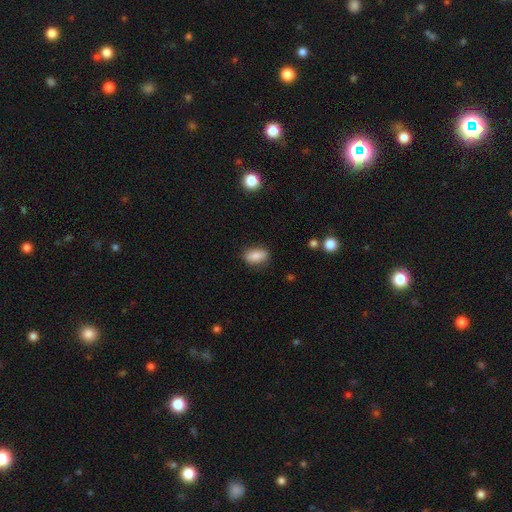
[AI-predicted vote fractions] Smooth or featured?
  - smooth: 83% *
  - featured or disk: 10%
  - star or artifact: 8%
How rounded?
  - in between: 88% *
  - round: 7%
  - cigar-shaped: 5%
Merging?
  - none: 83% *
  - minor disturbance: 13%
  - major disturbance: 3%
  - merger: 1%